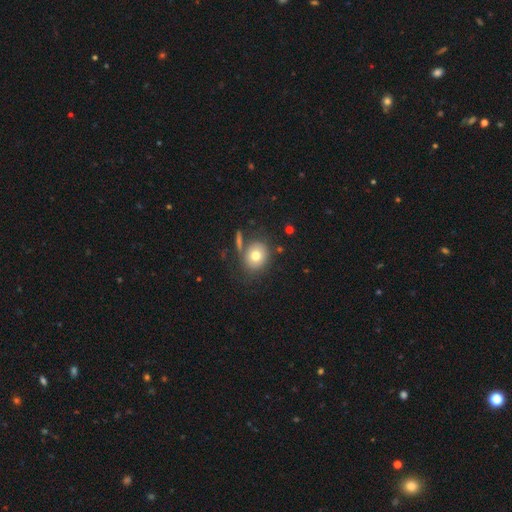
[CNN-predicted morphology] A smooth galaxy with no disk features (74%) that is round (74%).

Vote fractions:
- Smooth or featured? smooth: 74% / featured or disk: 16% / star or artifact: 11%
- How rounded? round: 74% / in between: 25% / cigar-shaped: 1%
- Merging? none: 70% / minor disturbance: 13% / merger: 11% / major disturbance: 6%